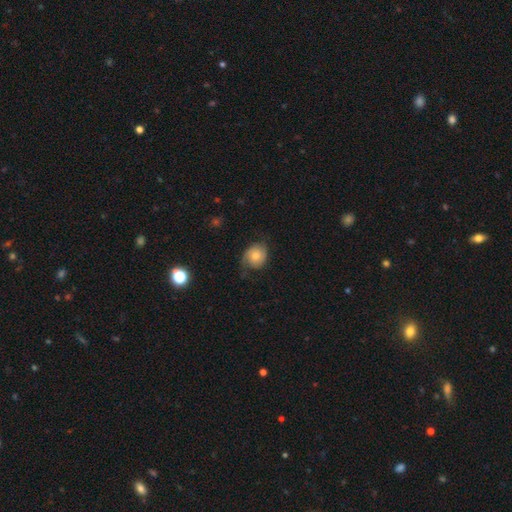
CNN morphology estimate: Smooth or featured: smooth — 53% (featured or disk — 39%)
How rounded: round — 64% (in between — 35%)
Merging: none — 56% (minor disturbance — 29%)